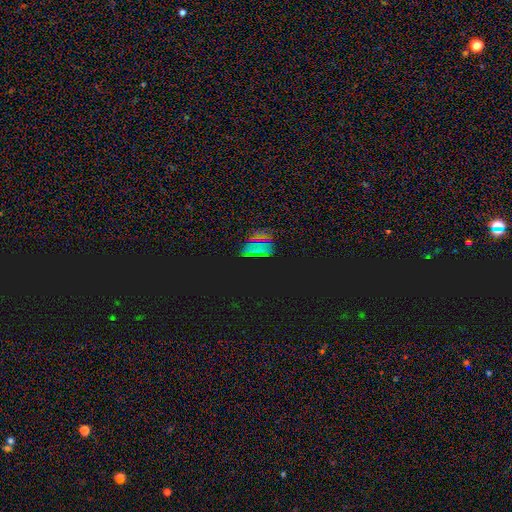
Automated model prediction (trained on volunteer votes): A star or artifact, not a galaxy (67%).

Vote fractions:
- Smooth or featured? star or artifact: 67% / smooth: 24% / featured or disk: 9%